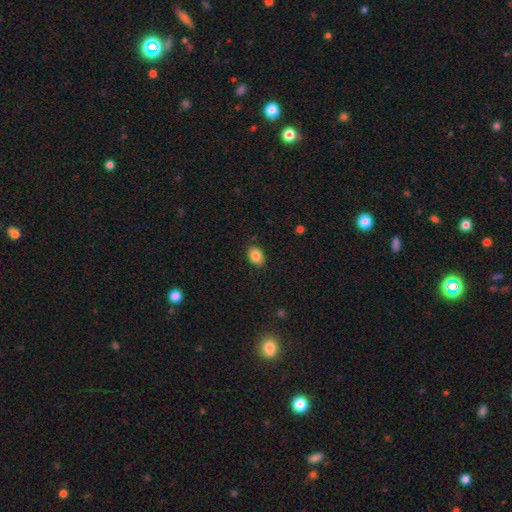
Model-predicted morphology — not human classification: smooth_or_featured: smooth (p=0.85) [alt: star or artifact p=0.09]
how_rounded: in between (p=0.74) [alt: round p=0.25]
merging: none (p=0.86) [alt: minor disturbance p=0.11]